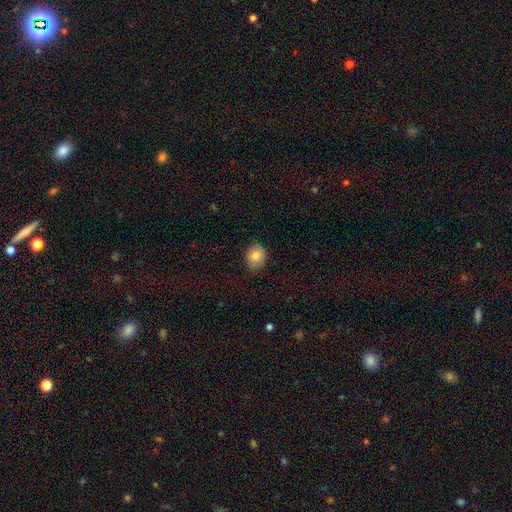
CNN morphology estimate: The model was most divided on "how rounded": round: 55%, in between: 44%, cigar-shaped: 1%. More confident: merging — none (81%); smooth or featured — smooth (81%).